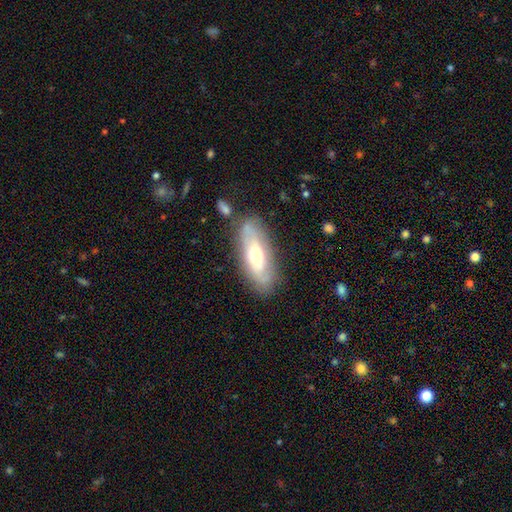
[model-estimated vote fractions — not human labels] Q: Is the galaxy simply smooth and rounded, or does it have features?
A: featured or disk — 56%.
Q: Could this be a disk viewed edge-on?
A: no — 77%.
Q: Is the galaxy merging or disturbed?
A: none — 75%.